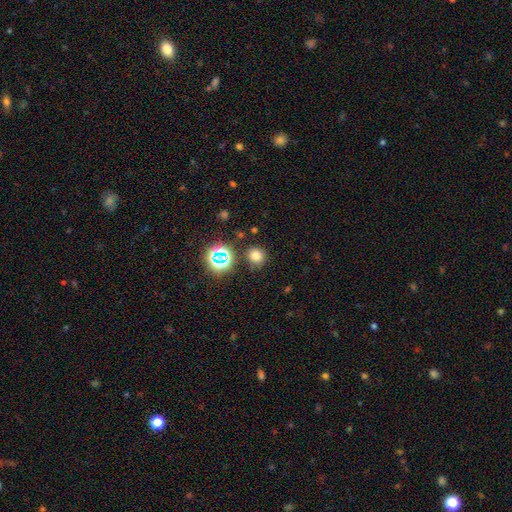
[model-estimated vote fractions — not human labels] Overall: smooth (72%). How rounded: round (88%). Merging: none (84%).